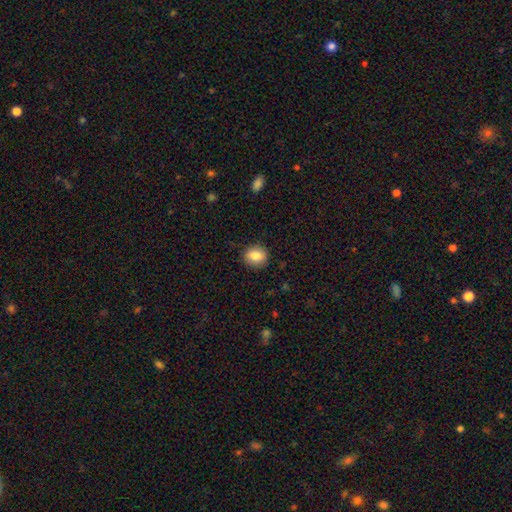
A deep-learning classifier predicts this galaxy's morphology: A smooth galaxy with no disk features (84%) that is round (68%).

Vote fractions:
- Smooth or featured? smooth: 84% / star or artifact: 8% / featured or disk: 8%
- How rounded? round: 68% / in between: 31% / cigar-shaped: 1%
- Merging? none: 89% / minor disturbance: 8% / major disturbance: 2% / merger: 1%